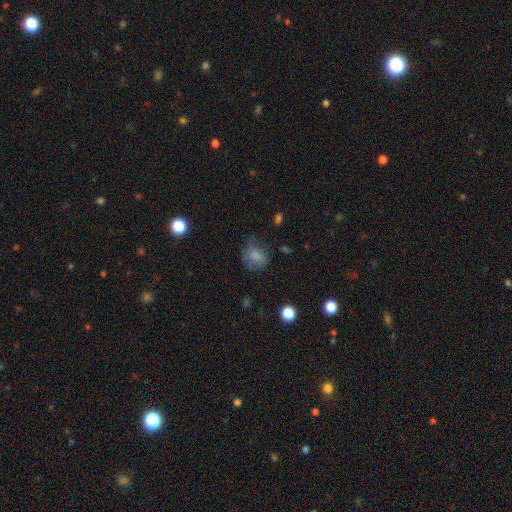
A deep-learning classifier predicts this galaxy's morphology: Smooth or featured: smooth — 78% (featured or disk — 11%)
How rounded: round — 67% (in between — 32%)
Merging: none — 54% (minor disturbance — 29%)